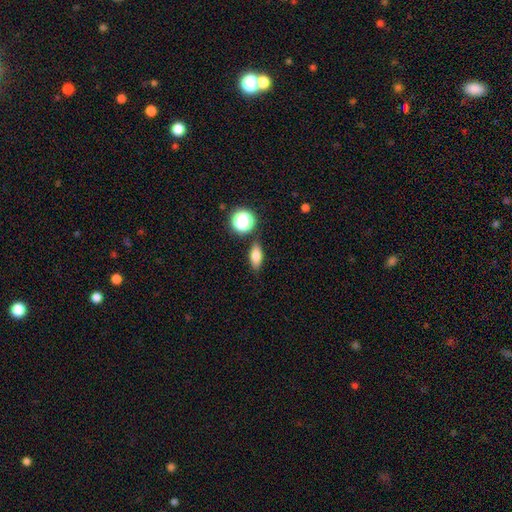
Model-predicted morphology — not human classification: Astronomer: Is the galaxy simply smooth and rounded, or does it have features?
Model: smooth — 77%.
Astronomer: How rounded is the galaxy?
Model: in between — 73%.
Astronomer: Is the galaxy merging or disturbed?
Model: none — 84%.